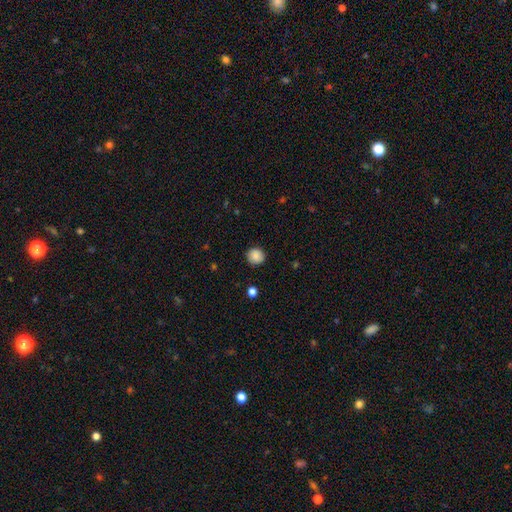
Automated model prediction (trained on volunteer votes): Morphology: type=smooth (87%); roundness=round (92%); merging=none (89%).